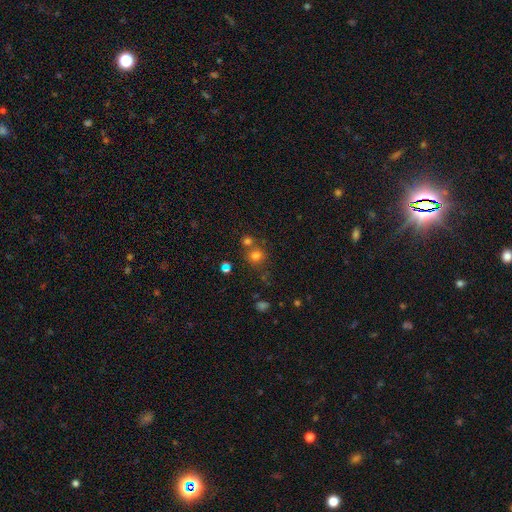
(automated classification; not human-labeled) A smooth galaxy with no disk features (74%) that is round (83%). Merging: none (63%).